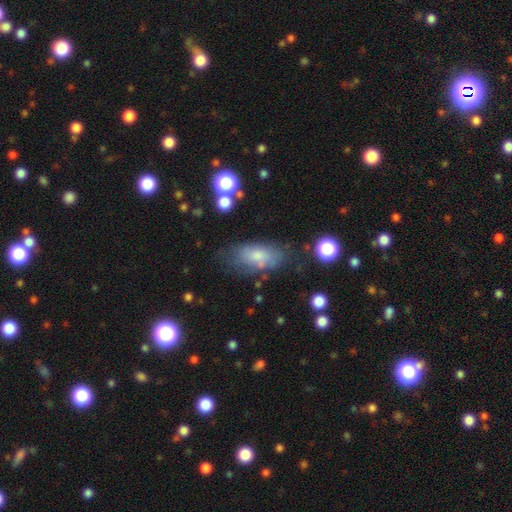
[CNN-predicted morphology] Smooth or featured: smooth — 65% (featured or disk — 25%)
How rounded: in between — 87% (cigar-shaped — 8%)
Merging: none — 67% (minor disturbance — 21%)